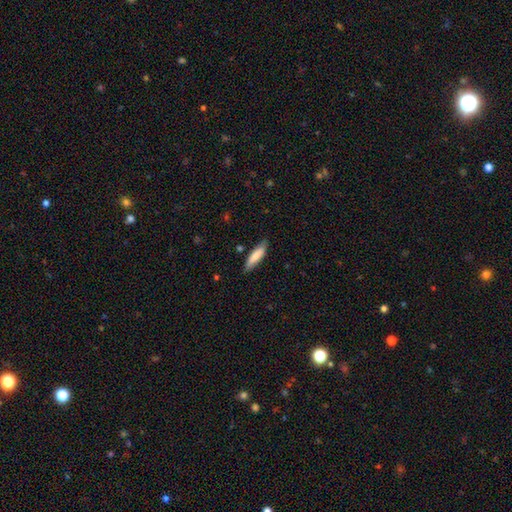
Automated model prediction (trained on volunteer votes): Overall: smooth (78%). How rounded: cigar-shaped (67%; in between 32%). Merging: none (82%).